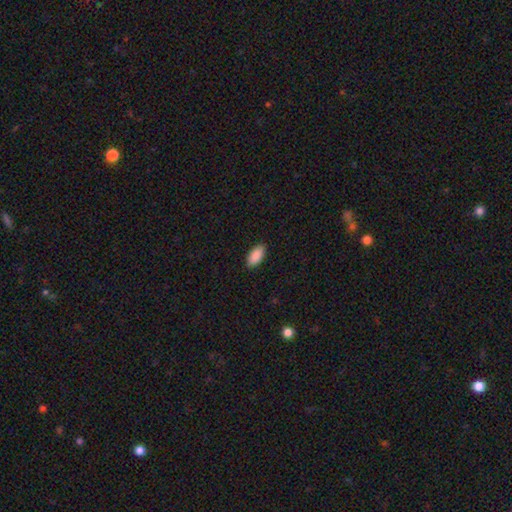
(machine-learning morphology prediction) Smooth or featured? Predicted: smooth (p=0.90). How rounded? Predicted: in between (p=0.92). Merging? Predicted: none (p=0.89).